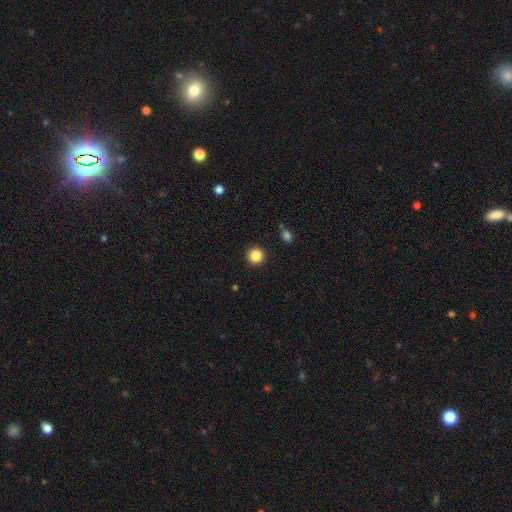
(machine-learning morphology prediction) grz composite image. It shows a smooth galaxy with no disk features (86%) that is round (95%). Merging: none (92%).